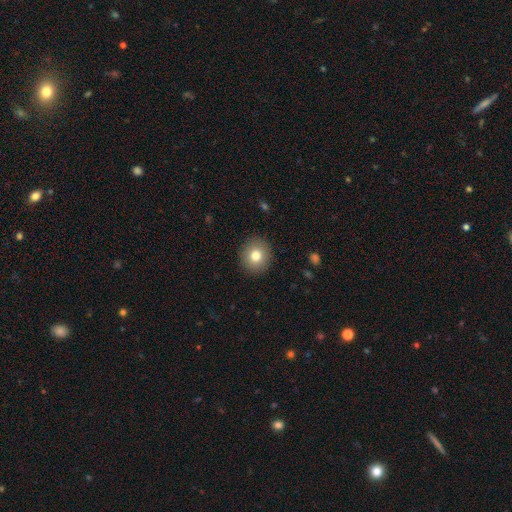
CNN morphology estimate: This is likely a smooth galaxy (78%). How rounded: clearly round (86%). Merging: clearly none (91%).